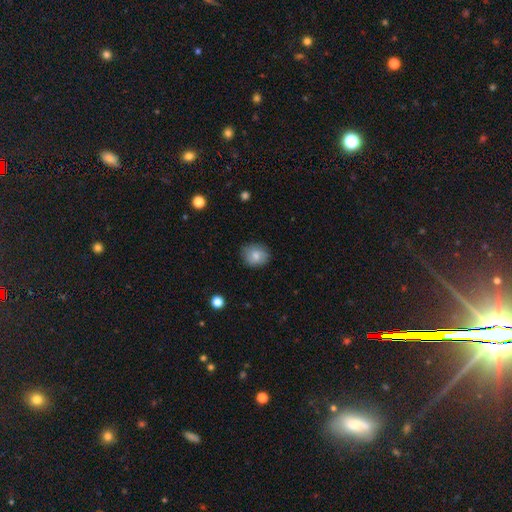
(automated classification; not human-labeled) A smooth galaxy with no disk features (79%) that is round (69%).

Vote fractions:
- Smooth or featured? smooth: 79% / featured or disk: 13% / star or artifact: 8%
- How rounded? round: 69% / in between: 30% / cigar-shaped: 1%
- Merging? none: 82% / minor disturbance: 14% / major disturbance: 3% / merger: 1%